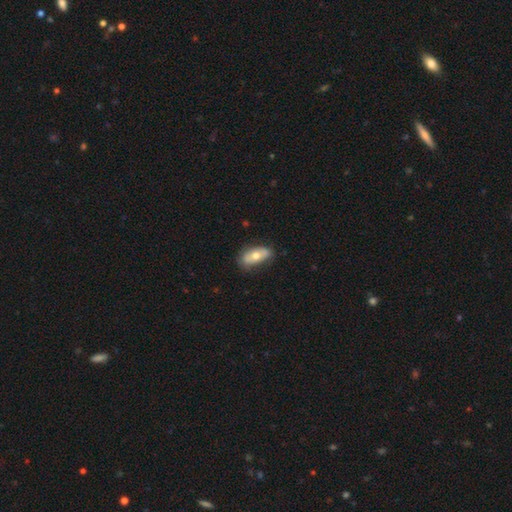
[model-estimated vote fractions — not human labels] Q: Smooth or featured?
A: smooth (63%); runner-up: featured or disk (31%)
Q: How rounded?
A: in between (89%); runner-up: cigar-shaped (7%)
Q: Merging?
A: none (72%); runner-up: minor disturbance (22%)